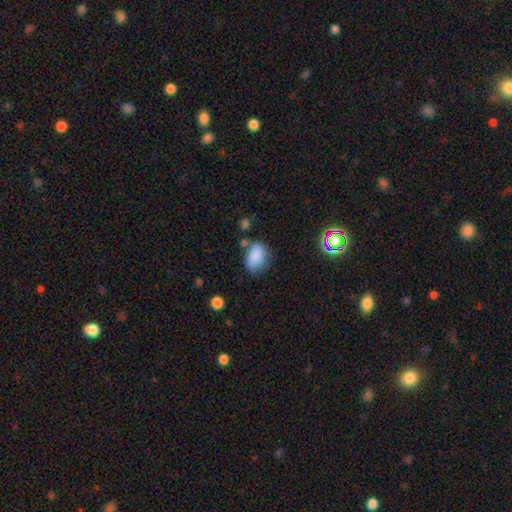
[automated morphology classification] smooth 85%, star or artifact 9%, featured or disk 6%. Down the decision tree: how rounded — in between (86%); merging — none (61%).